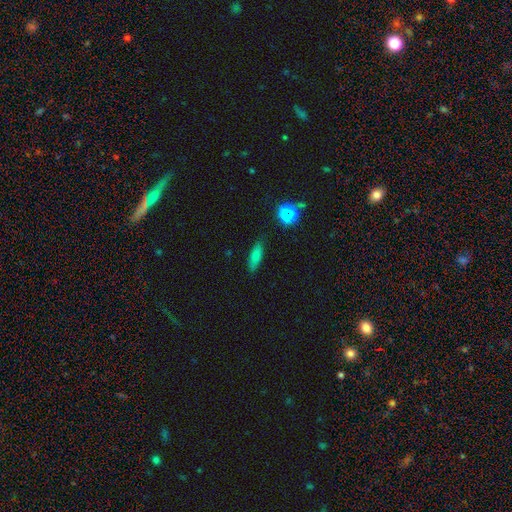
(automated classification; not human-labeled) smooth-or-featured: smooth: 72% | featured or disk: 16% | star or artifact: 12%
  how-rounded: in between: 51% | cigar-shaped: 45% | round: 4%
  merging: none: 84% | minor disturbance: 12% | major disturbance: 3% | merger: 2%